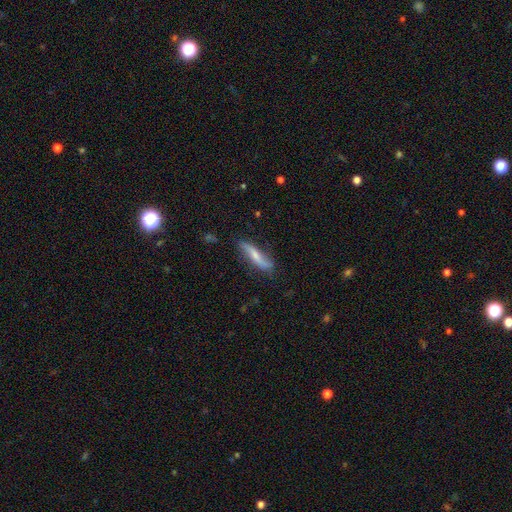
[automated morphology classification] Smooth or featured? featured or disk (48%)
Merging? none (71%)